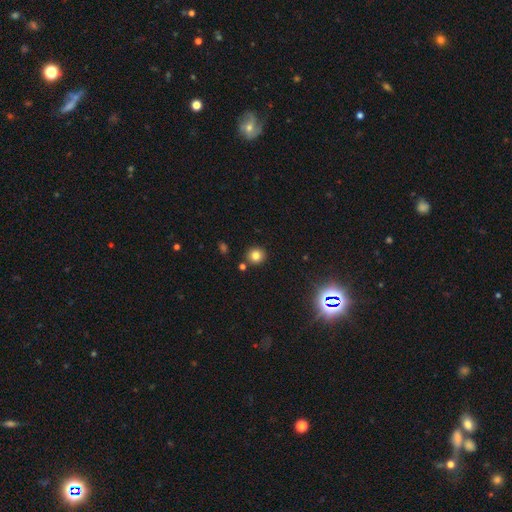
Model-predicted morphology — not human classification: smooth 79%, star or artifact 14%, featured or disk 7%. Down the decision tree: how rounded — round (91%); merging — none (85%).